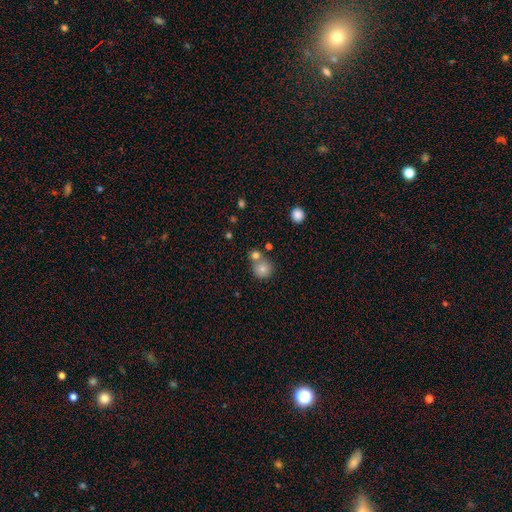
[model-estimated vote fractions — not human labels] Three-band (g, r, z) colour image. It shows a smooth galaxy with no disk features (71%) that is round (89%). Merging: none (66%).